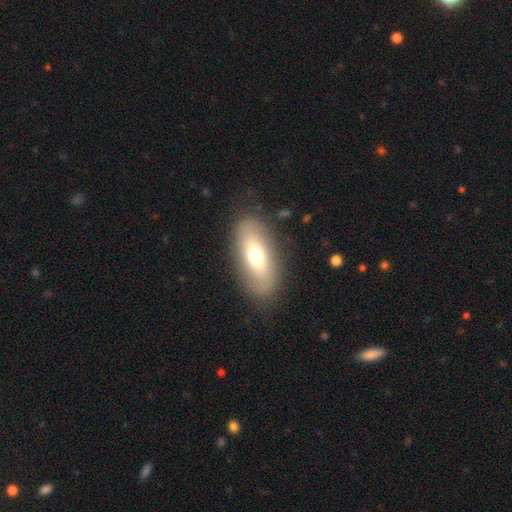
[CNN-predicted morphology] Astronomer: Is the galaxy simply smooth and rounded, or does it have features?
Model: smooth — 60%.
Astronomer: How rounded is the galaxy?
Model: in between — 85%.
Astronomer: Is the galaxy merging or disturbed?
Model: none — 82%.